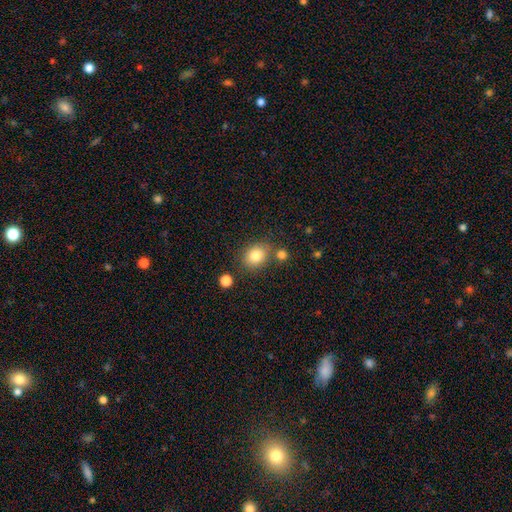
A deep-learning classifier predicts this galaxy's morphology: Overall: smooth (83%). How rounded: round (50%; in between 49%). Merging: none (73%).